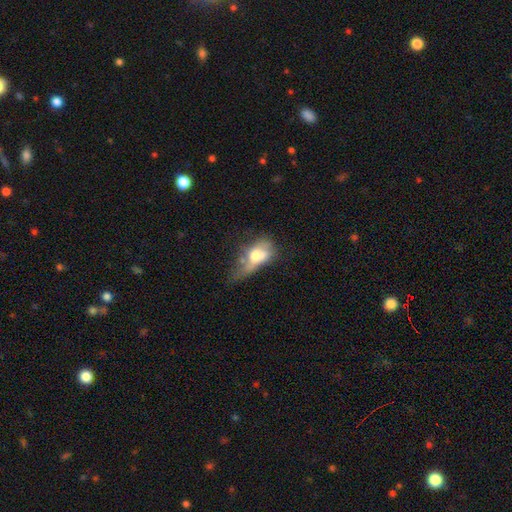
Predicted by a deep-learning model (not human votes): The model was most divided on "merging": major disturbance: 42%, minor disturbance: 24%, none: 17%, merger: 17%. More confident: how rounded — in between (82%); smooth or featured — smooth (59%).